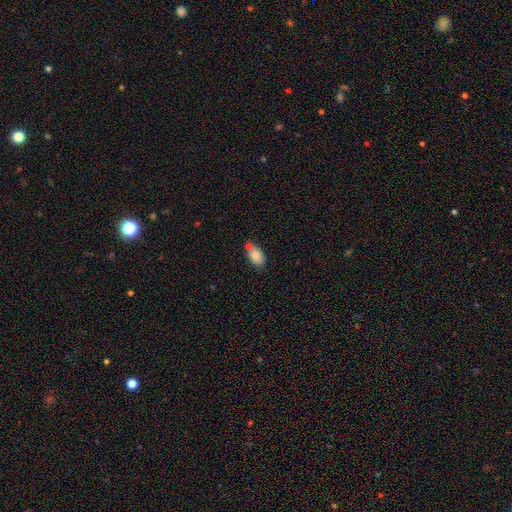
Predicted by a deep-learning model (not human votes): Smooth or featured?
  - smooth: 84% *
  - featured or disk: 8%
  - star or artifact: 8%
How rounded?
  - in between: 88% *
  - round: 10%
  - cigar-shaped: 2%
Merging?
  - none: 54% *
  - merger: 26%
  - minor disturbance: 17%
  - major disturbance: 4%